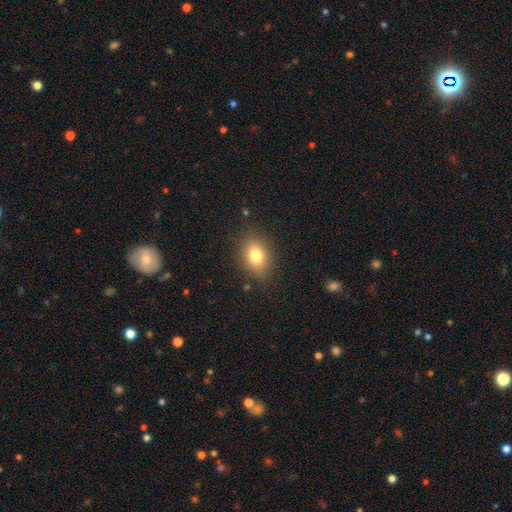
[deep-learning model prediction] This is likely a smooth galaxy (79%). How rounded: likely in between (72%). Merging: clearly none (85%).